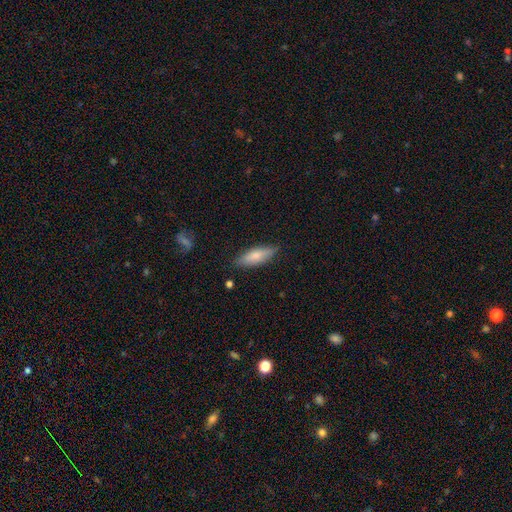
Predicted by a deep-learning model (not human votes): Smooth or featured? Predicted: smooth (p=0.71). How rounded? Predicted: in between (p=0.50). Merging? Predicted: none (p=0.81).